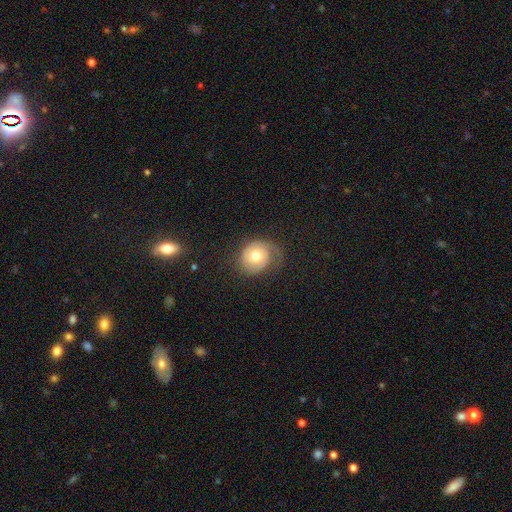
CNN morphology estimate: This is possibly a featured or disk galaxy (49%). Merging: possibly none (54%).